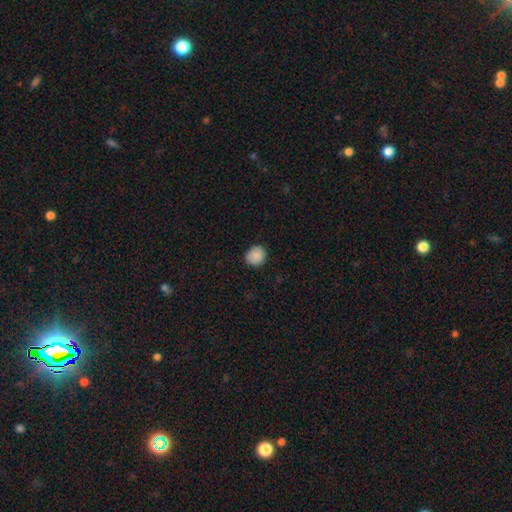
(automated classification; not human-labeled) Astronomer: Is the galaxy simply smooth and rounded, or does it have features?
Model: smooth — 88%.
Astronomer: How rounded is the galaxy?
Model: round — 78%.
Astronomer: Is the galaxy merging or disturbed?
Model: none — 86%.